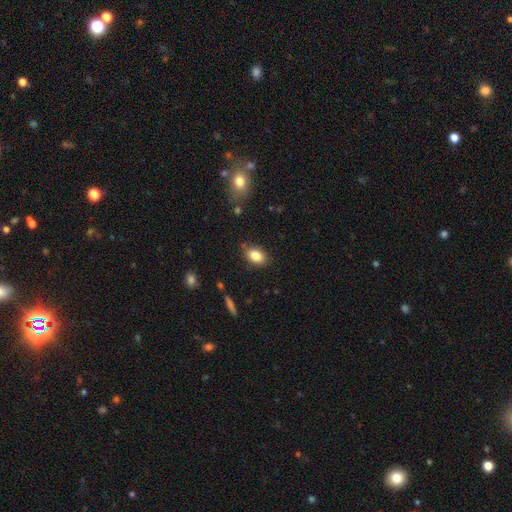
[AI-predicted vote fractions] smooth_or_featured: smooth (p=0.83) [alt: star or artifact p=0.09]
how_rounded: in between (p=0.85) [alt: round p=0.14]
merging: none (p=0.82) [alt: minor disturbance p=0.13]